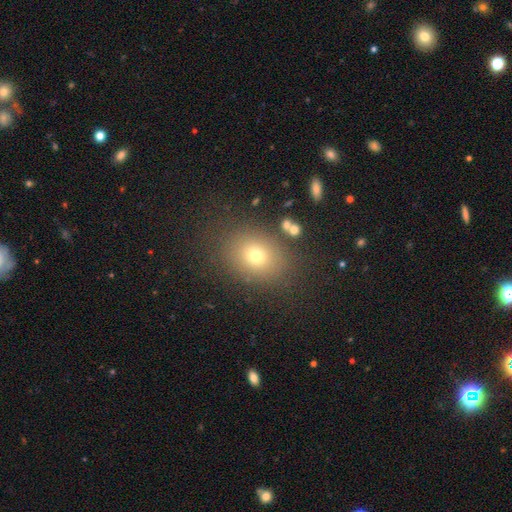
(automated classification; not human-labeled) Smooth or featured?
  - smooth: 71% *
  - star or artifact: 17%
  - featured or disk: 13%
How rounded?
  - in between: 51% *
  - round: 48%
  - cigar-shaped: 1%
Merging?
  - none: 82% *
  - minor disturbance: 10%
  - major disturbance: 5%
  - merger: 3%